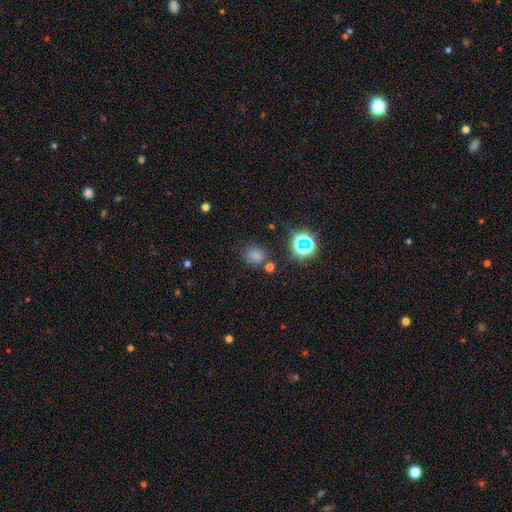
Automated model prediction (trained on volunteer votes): Smooth or featured: smooth — 68% (star or artifact — 25%)
How rounded: in between — 52% (round — 47%)
Merging: none — 70% (minor disturbance — 16%)